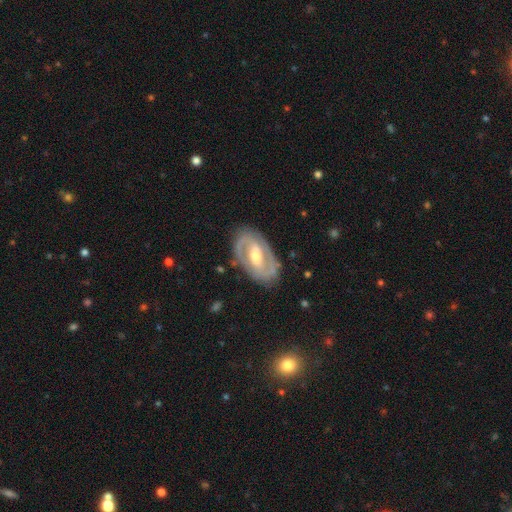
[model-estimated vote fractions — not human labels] Smooth or featured? Predicted: featured or disk (p=0.83). Edge-on disk? Predicted: no (p=0.95). Bar? Predicted: weak (p=0.44). Spiral arms? Predicted: yes (p=0.83). Spiral winding? Predicted: tight (p=0.47). Spiral arm count? Predicted: 2 (p=0.83). Bulge size? Predicted: moderate (p=0.64). Merging? Predicted: none (p=0.82).